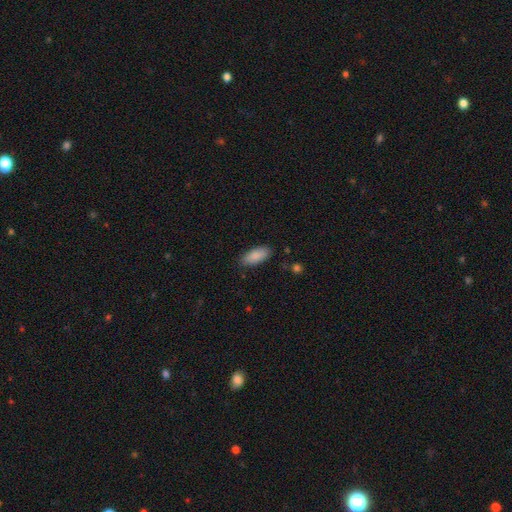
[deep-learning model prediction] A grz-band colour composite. It shows a smooth galaxy with no disk features (89%) that is in between round and cigar-shaped (85%). Merging: none (85%).